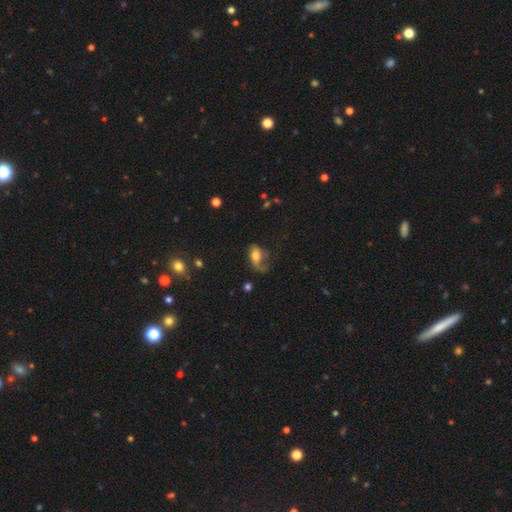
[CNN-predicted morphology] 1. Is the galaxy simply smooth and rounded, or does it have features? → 53% smooth, 37% featured or disk, 10% star or artifact.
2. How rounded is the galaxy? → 82% in between, 13% round, 4% cigar-shaped.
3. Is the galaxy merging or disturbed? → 43% major disturbance, 30% none, 23% minor disturbance, 4% merger.